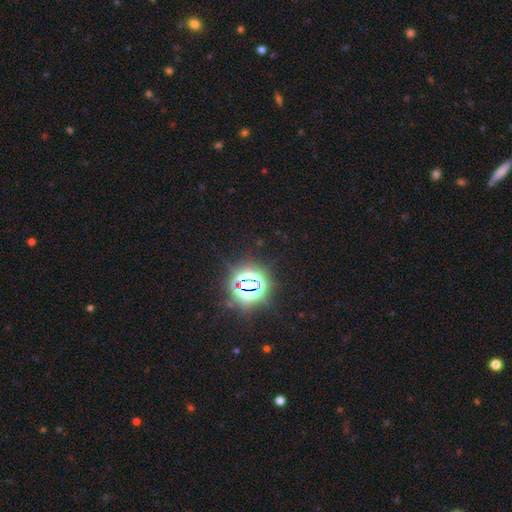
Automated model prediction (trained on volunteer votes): A star or artifact, not a galaxy (83%).